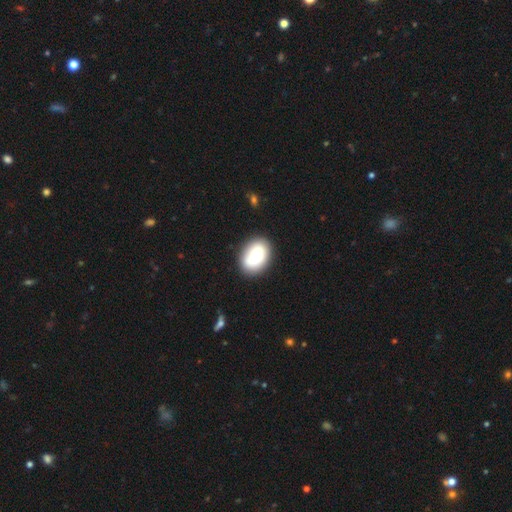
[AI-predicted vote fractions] Smooth or featured?
  - smooth: 70% *
  - featured or disk: 23%
  - star or artifact: 7%
How rounded?
  - in between: 78% *
  - round: 21%
  - cigar-shaped: 1%
Merging?
  - none: 83% *
  - minor disturbance: 12%
  - major disturbance: 3%
  - merger: 2%